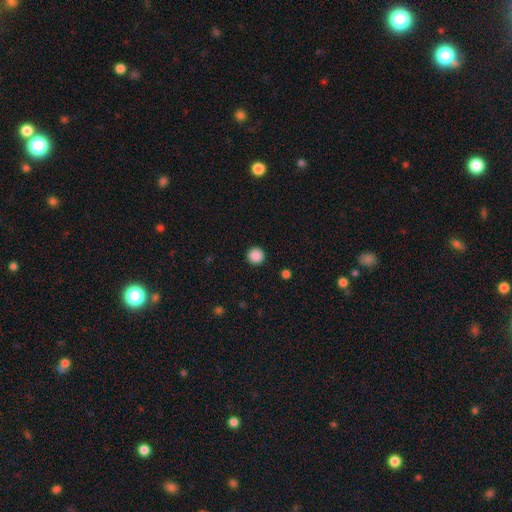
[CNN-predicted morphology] smooth_or_featured: smooth (p=0.88) [alt: star or artifact p=0.09]
how_rounded: round (p=0.96) [alt: in between p=0.03]
merging: none (p=0.93) [alt: minor disturbance p=0.05]